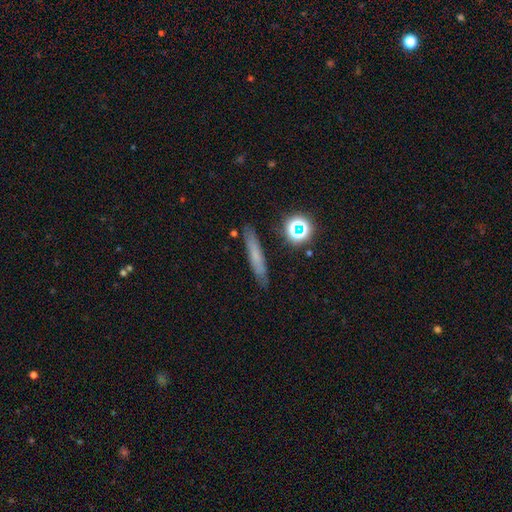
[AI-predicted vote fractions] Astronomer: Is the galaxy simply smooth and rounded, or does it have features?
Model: smooth — 58%.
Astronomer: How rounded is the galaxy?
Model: cigar-shaped — 88%.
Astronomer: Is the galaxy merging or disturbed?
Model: none — 85%.